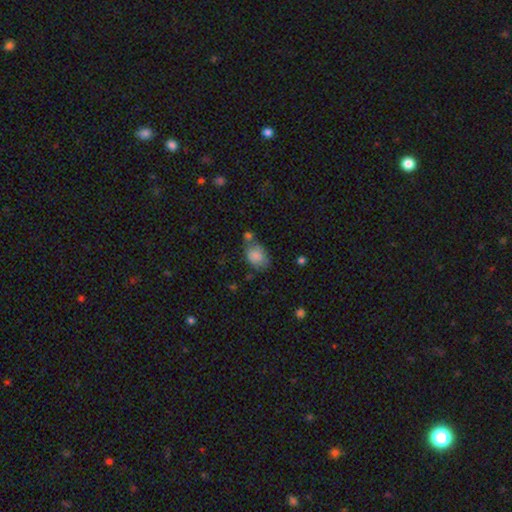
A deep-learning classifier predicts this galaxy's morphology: Overall: smooth (82%). How rounded: in between (73%). Merging: none (45%; minor disturbance 25%).